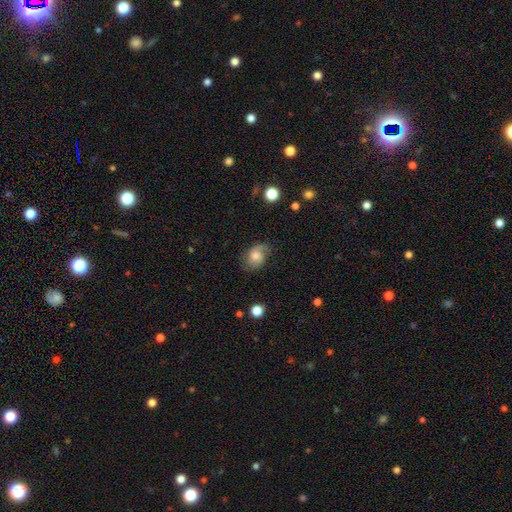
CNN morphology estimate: Smooth or featured?
  - featured or disk: 54% *
  - smooth: 37%
  - star or artifact: 9%
Edge-on disk?
  - no: 96% *
  - yes: 4%
Bar?
  - no: 71% *
  - weak: 25%
  - strong: 4%
Spiral arms?
  - yes: 89% *
  - no: 11%
Bulge size?
  - moderate: 56% *
  - small: 23%
  - large: 14%
  - none: 4%
  - dominant: 2%
Merging?
  - none: 64% *
  - minor disturbance: 24%
  - major disturbance: 10%
  - merger: 1%